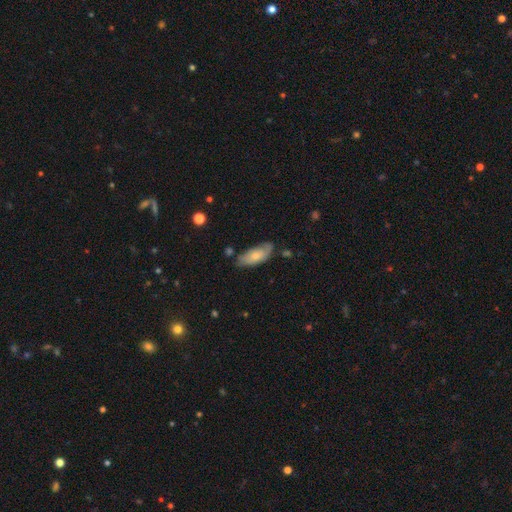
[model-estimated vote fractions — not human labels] The model was most divided on "smooth or featured": smooth: 60%, featured or disk: 34%, star or artifact: 6%. More confident: how rounded — in between (82%); merging — none (61%).